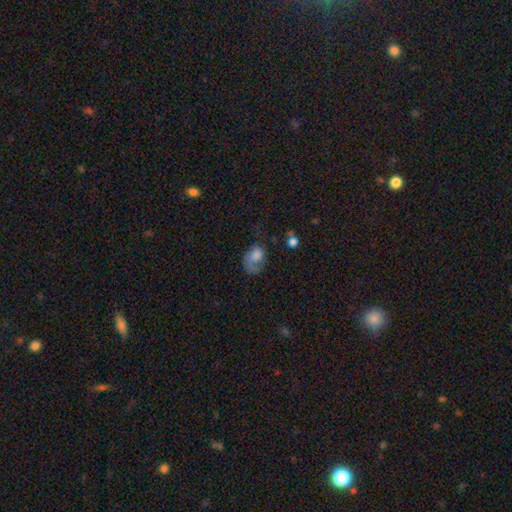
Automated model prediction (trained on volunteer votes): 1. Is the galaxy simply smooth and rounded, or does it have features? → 63% smooth, 27% featured or disk, 10% star or artifact.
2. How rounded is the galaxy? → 72% in between, 27% round, 1% cigar-shaped.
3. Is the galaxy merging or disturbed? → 42% major disturbance, 29% none, 24% minor disturbance, 4% merger.